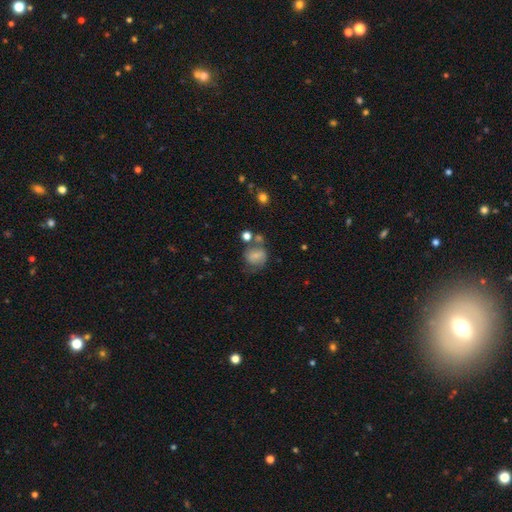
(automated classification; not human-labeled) Smooth or featured?
  - smooth: 64% *
  - featured or disk: 25%
  - star or artifact: 11%
How rounded?
  - round: 66% *
  - in between: 33%
  - cigar-shaped: 1%
Merging?
  - none: 43% *
  - minor disturbance: 25%
  - major disturbance: 17%
  - merger: 15%